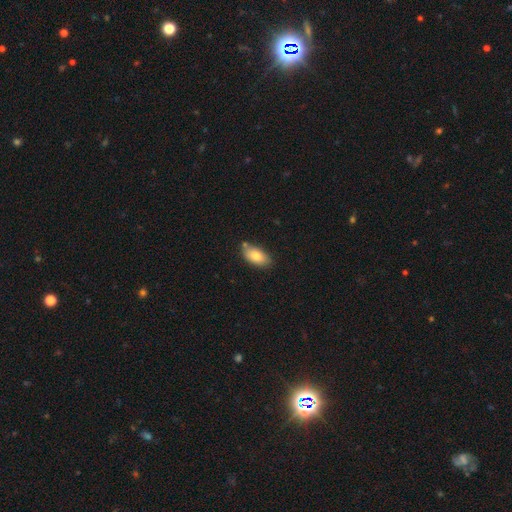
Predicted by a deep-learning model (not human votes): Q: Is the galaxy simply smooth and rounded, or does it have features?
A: smooth — 80%.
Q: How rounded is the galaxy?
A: in between — 93%.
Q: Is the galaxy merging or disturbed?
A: none — 74%.